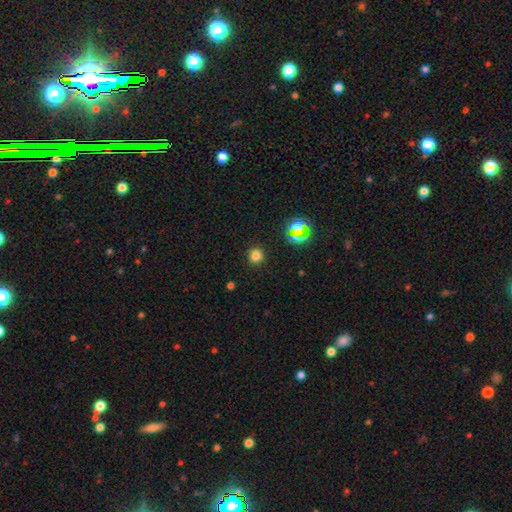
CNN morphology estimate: Smooth or featured? Predicted: smooth (p=0.76). How rounded? Predicted: round (p=0.90). Merging? Predicted: none (p=0.91).